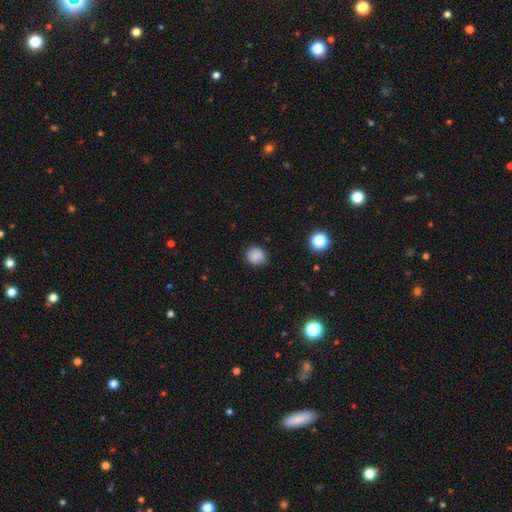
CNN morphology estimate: Smooth or featured? smooth (86%)
How rounded? round (83%)
Merging? none (83%)